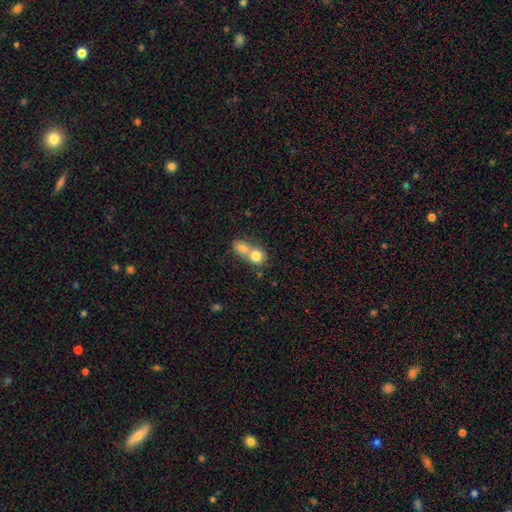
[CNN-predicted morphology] Smooth or featured: smooth — 76% (featured or disk — 15%)
How rounded: round — 70% (in between — 28%)
Merging: merger — 71% (none — 22%)